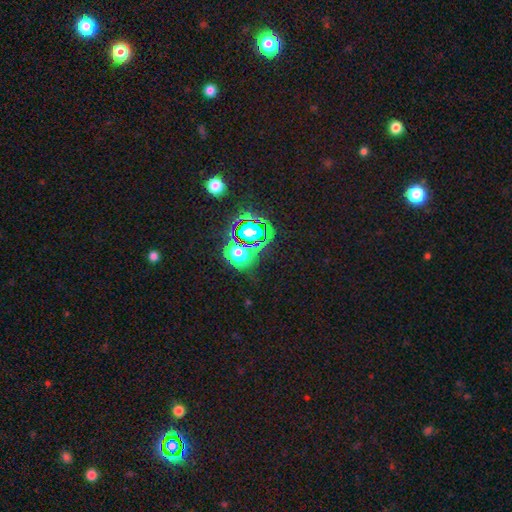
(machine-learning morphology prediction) A star or artifact, not a galaxy (77%).

Vote fractions:
- Smooth or featured? star or artifact: 77% / smooth: 15% / featured or disk: 7%